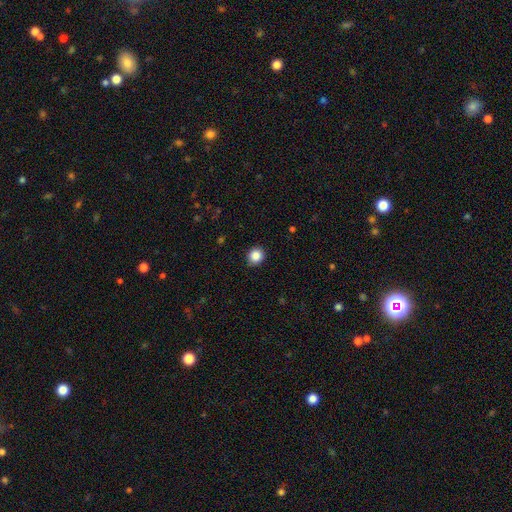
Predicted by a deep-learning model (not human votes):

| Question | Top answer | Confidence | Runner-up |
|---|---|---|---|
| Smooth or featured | smooth | 87% | star or artifact (9%) |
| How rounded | round | 84% | in between (15%) |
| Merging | none | 88% | minor disturbance (9%) |